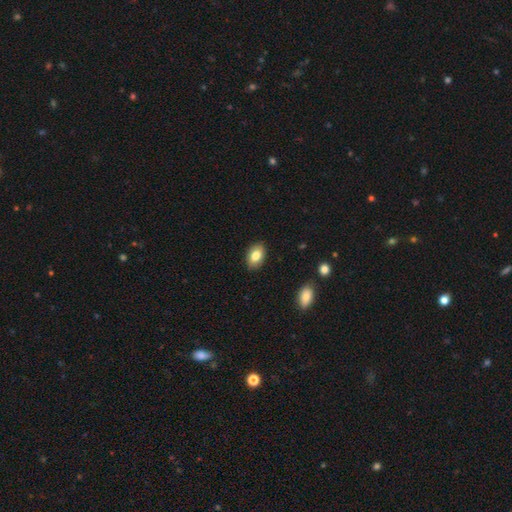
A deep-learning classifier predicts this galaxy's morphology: Overall: smooth (83%). How rounded: in between (88%). Merging: none (88%).